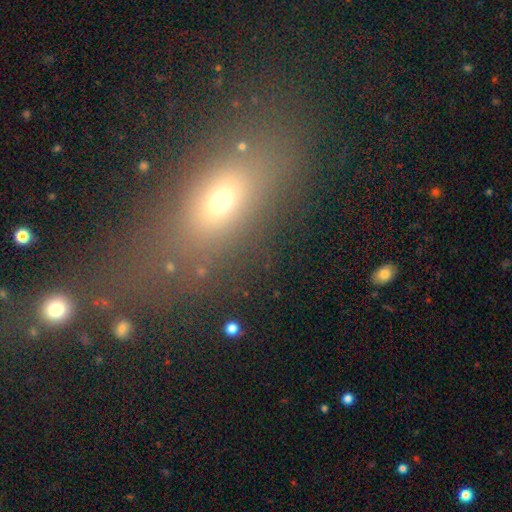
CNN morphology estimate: A smooth galaxy with no disk features (58%) that is in between round and cigar-shaped (67%).

Vote fractions:
- Smooth or featured? smooth: 58% / star or artifact: 24% / featured or disk: 18%
- How rounded? in between: 67% / round: 18% / cigar-shaped: 15%
- Merging? none: 65% / minor disturbance: 14% / major disturbance: 12% / merger: 9%